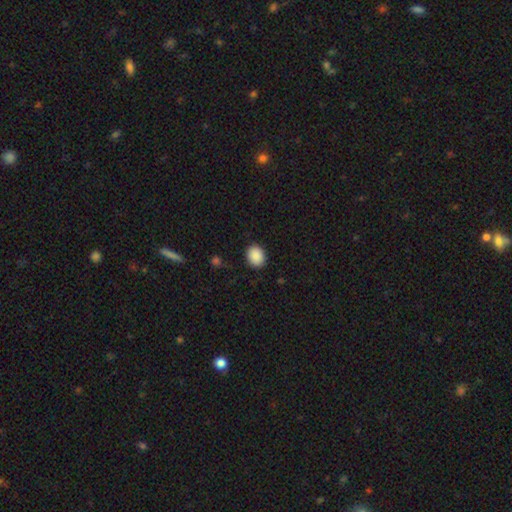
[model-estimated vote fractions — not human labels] Overall: smooth (89%). How rounded: round (52%; in between 47%). Merging: none (89%).